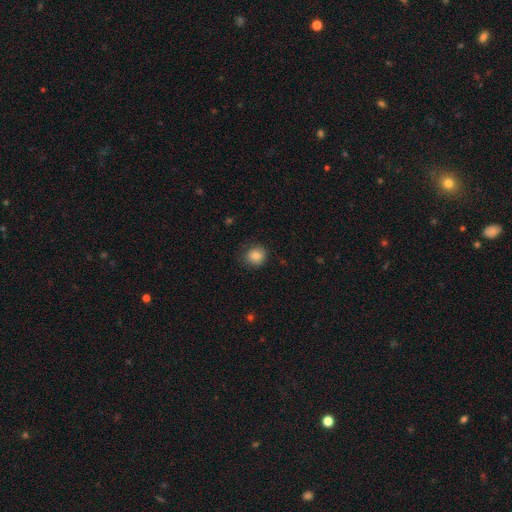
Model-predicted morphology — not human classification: smooth_or_featured: smooth (p=0.84) [alt: star or artifact p=0.10]
how_rounded: round (p=0.82) [alt: in between p=0.17]
merging: none (p=0.79) [alt: minor disturbance p=0.16]